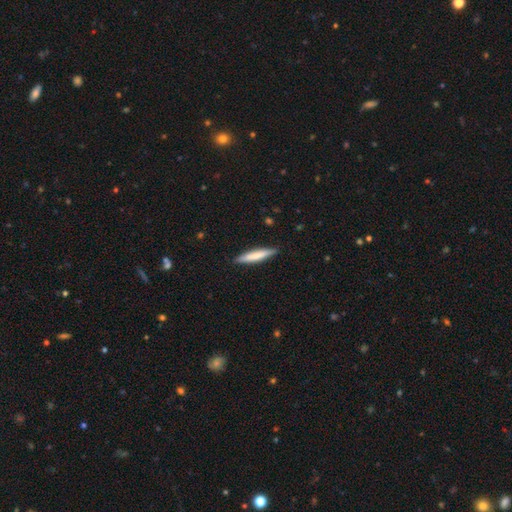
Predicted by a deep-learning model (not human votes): Smooth or featured? smooth (70%)
How rounded? cigar-shaped (90%)
Merging? none (89%)